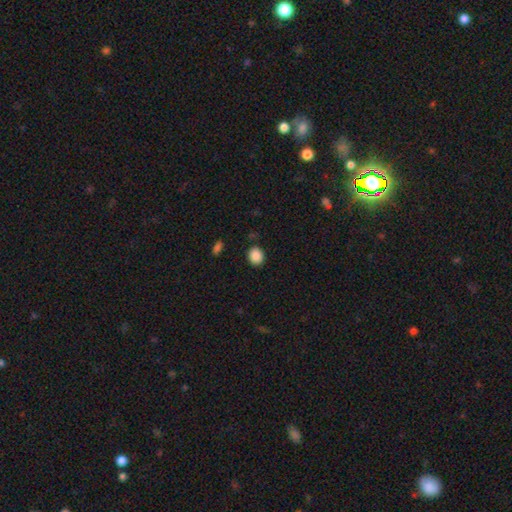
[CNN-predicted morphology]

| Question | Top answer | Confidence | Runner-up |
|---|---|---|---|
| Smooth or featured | smooth | 88% | star or artifact (9%) |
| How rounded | round | 66% | in between (33%) |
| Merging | none | 87% | minor disturbance (9%) |